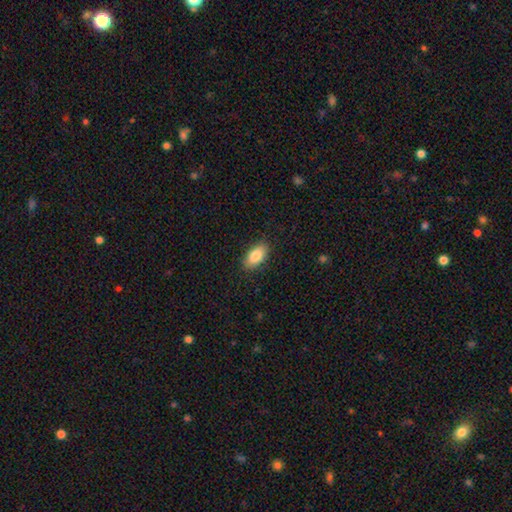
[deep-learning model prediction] Q: Smooth or featured?
A: smooth (85%); runner-up: featured or disk (8%)
Q: How rounded?
A: in between (91%); runner-up: cigar-shaped (6%)
Q: Merging?
A: none (87%); runner-up: minor disturbance (10%)